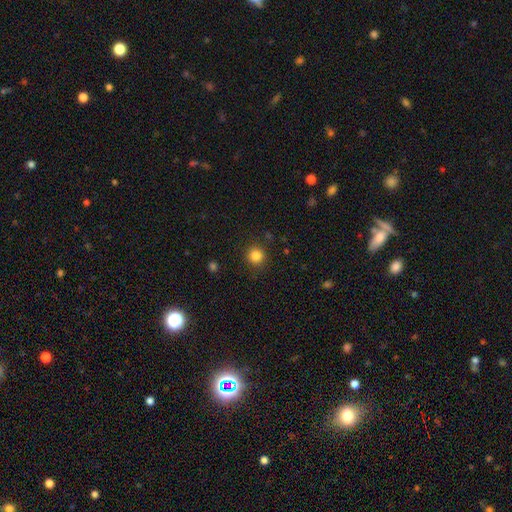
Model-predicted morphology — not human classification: Smooth or featured: smooth — 84% (star or artifact — 12%)
How rounded: round — 93% (in between — 6%)
Merging: none — 90% (minor disturbance — 6%)